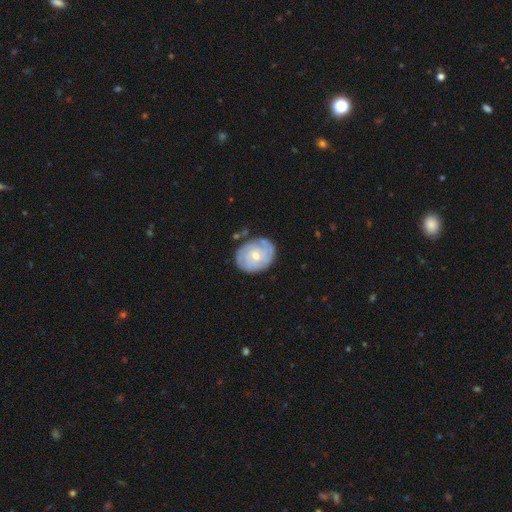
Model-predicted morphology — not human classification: A featured or disk galaxy (68%) with no bar (69%), tight (70%) spiral arms (84%) and a moderate central bulge (50%).

Vote fractions:
- Smooth or featured? featured or disk: 68% / smooth: 27% / star or artifact: 5%
- Edge-on disk? no: 97% / yes: 3%
- Bar? no: 69% / weak: 27% / strong: 4%
- Spiral arms? yes: 84% / no: 16%
- Spiral winding? tight: 70% / medium: 23% / loose: 8%
- Spiral arm count? can't tell: 46% / 2: 18% / 3: 17% / 4: 9% / 1: 5% / more than 4: 5%
- Bulge size? moderate: 50% / small: 47% / large: 1% / none: 1% / dominant: 1%
- Merging? none: 77% / minor disturbance: 16% / major disturbance: 4% / merger: 2%